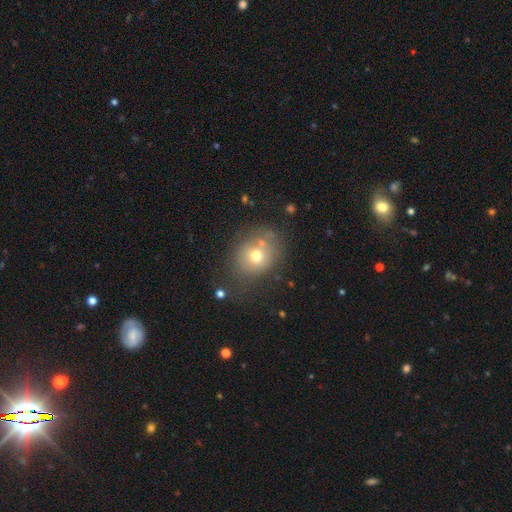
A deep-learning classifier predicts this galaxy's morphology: Overall: smooth (68%). How rounded: round (63%; in between 36%). Merging: none (60%).